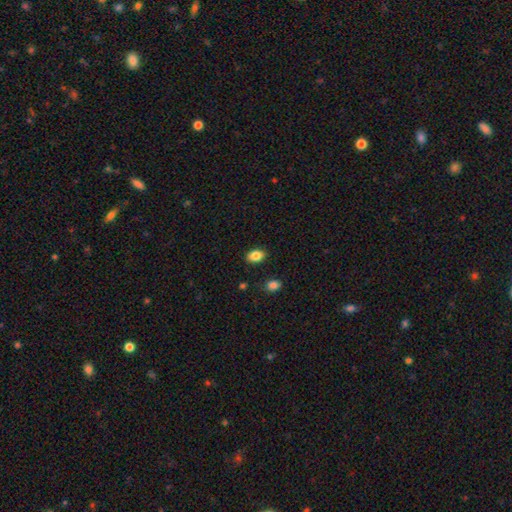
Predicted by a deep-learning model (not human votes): Overall: smooth (85%). How rounded: in between (83%). Merging: none (87%).